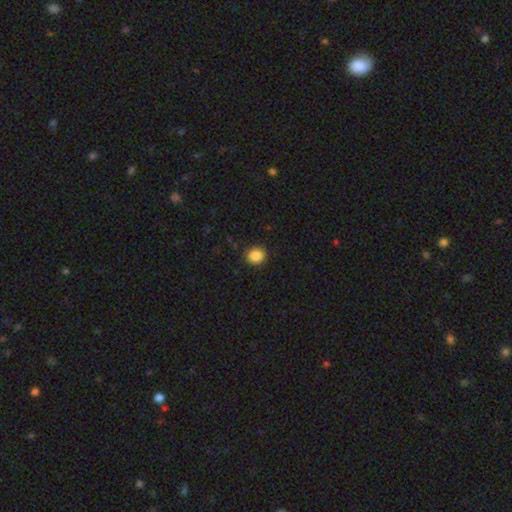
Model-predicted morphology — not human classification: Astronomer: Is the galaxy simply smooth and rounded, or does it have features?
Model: smooth — 88%.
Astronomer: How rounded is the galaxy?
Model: round — 84%.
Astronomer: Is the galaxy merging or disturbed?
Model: none — 90%.